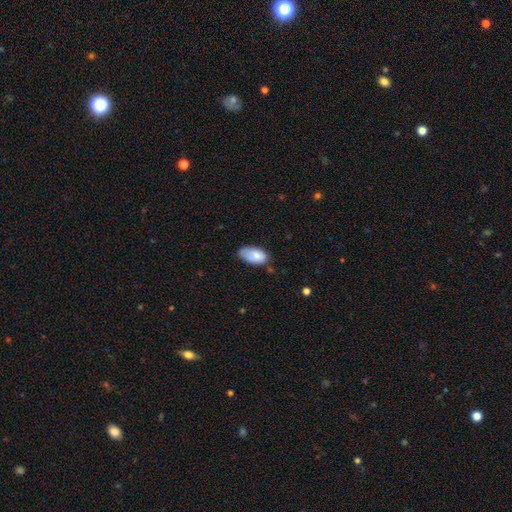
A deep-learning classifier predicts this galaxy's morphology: Smooth or featured? smooth (79%)
How rounded? in between (94%)
Merging? none (53%)